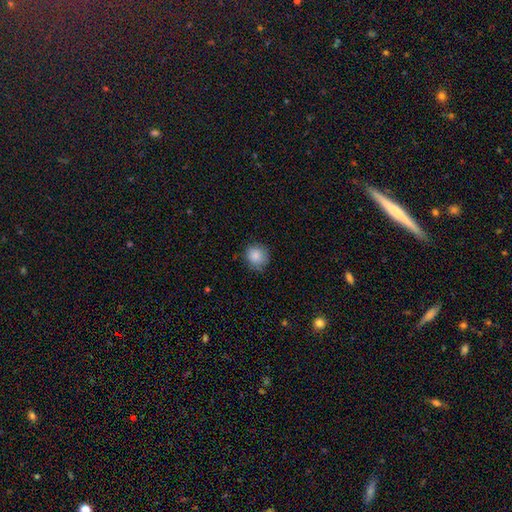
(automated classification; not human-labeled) Q: Smooth or featured?
A: smooth (86%); runner-up: star or artifact (9%)
Q: How rounded?
A: round (87%); runner-up: in between (12%)
Q: Merging?
A: none (80%); runner-up: minor disturbance (16%)